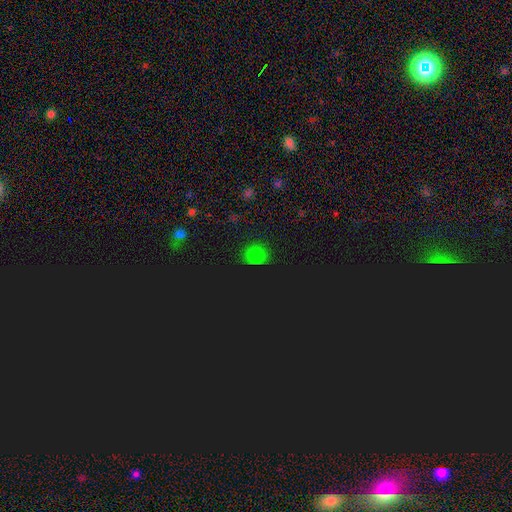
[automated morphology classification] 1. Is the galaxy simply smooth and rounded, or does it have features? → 58% smooth, 37% star or artifact, 5% featured or disk.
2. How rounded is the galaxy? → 63% round, 35% in between, 2% cigar-shaped.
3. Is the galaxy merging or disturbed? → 81% none, 13% minor disturbance, 4% major disturbance, 2% merger.